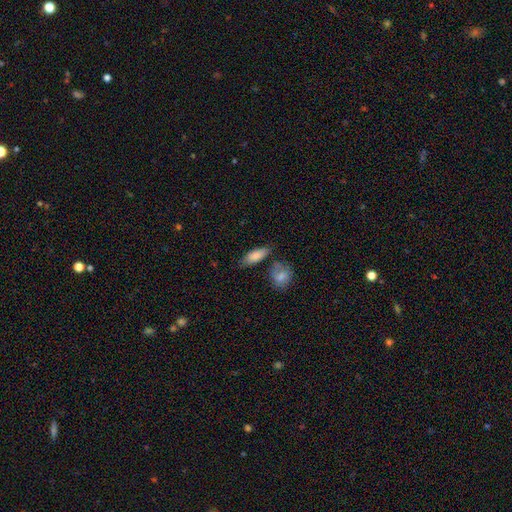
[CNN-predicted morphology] A smooth galaxy with no disk features (84%) that is in between round and cigar-shaped (78%).

Vote fractions:
- Smooth or featured? smooth: 84% / featured or disk: 9% / star or artifact: 6%
- How rounded? in between: 78% / cigar-shaped: 19% / round: 4%
- Merging? none: 66% / minor disturbance: 19% / merger: 10% / major disturbance: 5%